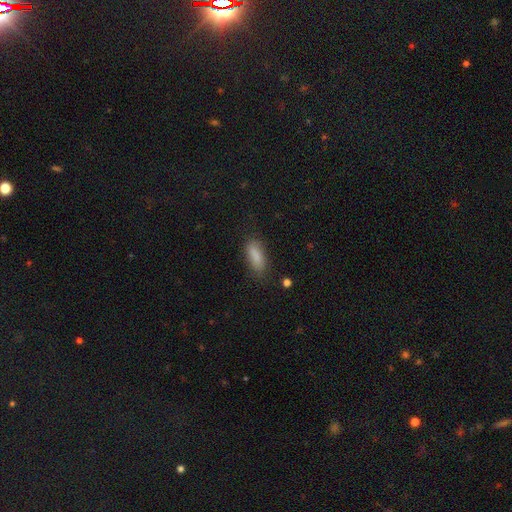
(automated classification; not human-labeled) Q: Smooth or featured?
A: smooth (86%); runner-up: star or artifact (7%)
Q: How rounded?
A: in between (73%); runner-up: cigar-shaped (25%)
Q: Merging?
A: none (75%); runner-up: minor disturbance (18%)